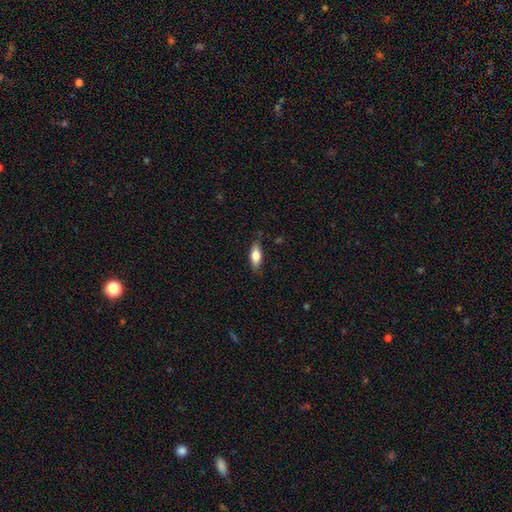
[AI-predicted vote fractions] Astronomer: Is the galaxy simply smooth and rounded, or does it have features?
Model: smooth — 75%.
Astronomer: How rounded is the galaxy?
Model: in between — 76%.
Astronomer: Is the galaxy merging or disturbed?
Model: none — 79%.